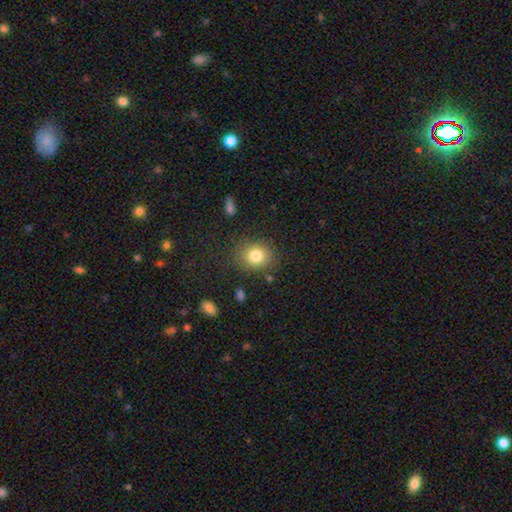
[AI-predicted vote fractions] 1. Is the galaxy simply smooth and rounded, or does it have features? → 81% smooth, 11% star or artifact, 8% featured or disk.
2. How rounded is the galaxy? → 68% round, 31% in between, 1% cigar-shaped.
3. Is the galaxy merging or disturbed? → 82% none, 11% minor disturbance, 4% major disturbance, 2% merger.